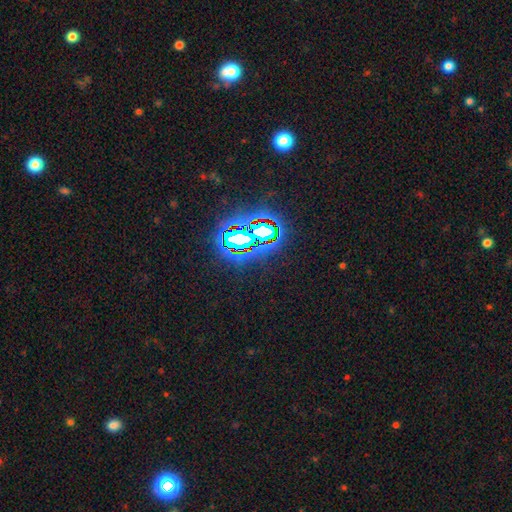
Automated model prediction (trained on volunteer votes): smooth-or-featured: star or artifact: 79% | smooth: 13% | featured or disk: 8%